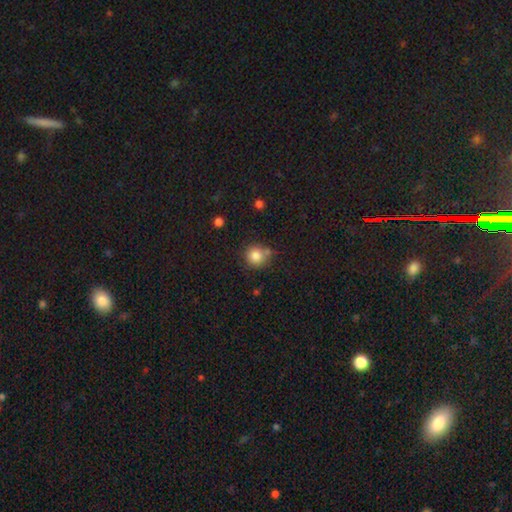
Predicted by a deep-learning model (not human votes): Overall: smooth (83%). How rounded: round (91%). Merging: none (71%).